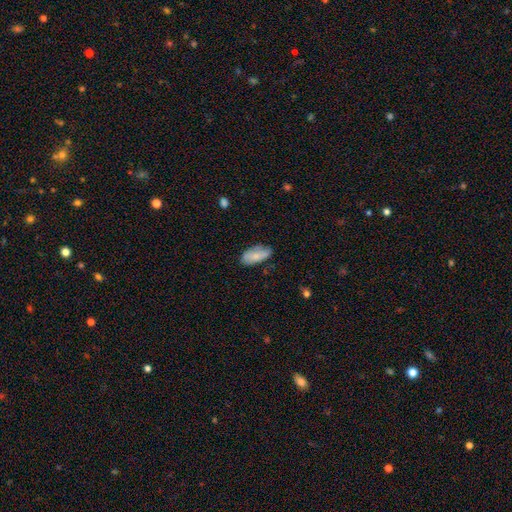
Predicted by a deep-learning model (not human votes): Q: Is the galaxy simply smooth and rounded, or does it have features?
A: smooth — 77%.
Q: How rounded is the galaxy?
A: in between — 90%.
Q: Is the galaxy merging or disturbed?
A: none — 70%.